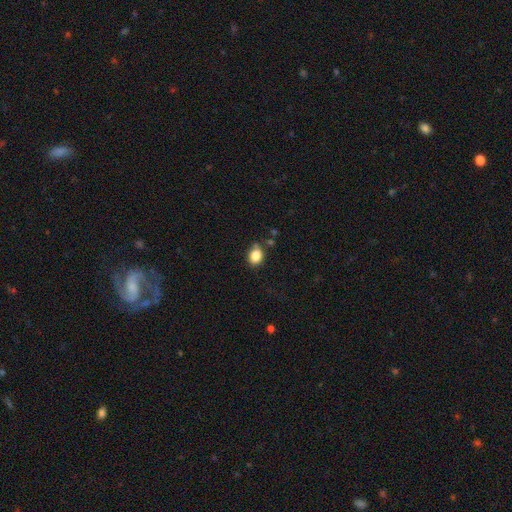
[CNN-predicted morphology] Smooth or featured? smooth (85%)
How rounded? in between (56%)
Merging? none (70%)